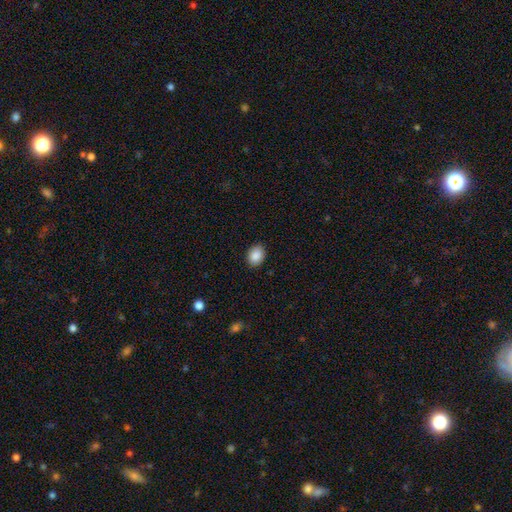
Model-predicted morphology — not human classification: Smooth or featured?
  - smooth: 88% *
  - star or artifact: 8%
  - featured or disk: 4%
How rounded?
  - in between: 58% *
  - round: 41%
  - cigar-shaped: 1%
Merging?
  - none: 89% *
  - minor disturbance: 8%
  - major disturbance: 2%
  - merger: 1%